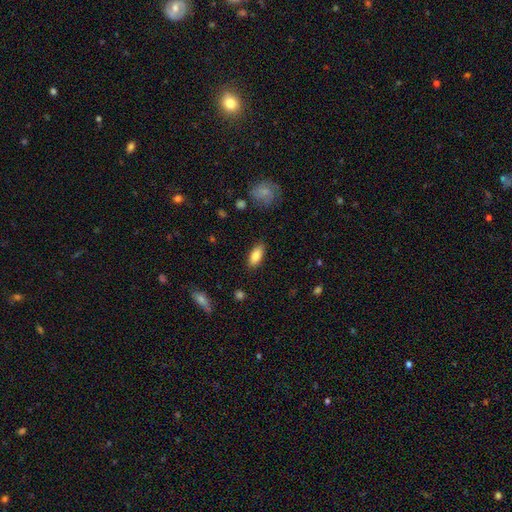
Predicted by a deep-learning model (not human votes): The model was most divided on "how rounded": in between: 82%, cigar-shaped: 16%, round: 2%. More confident: merging — none (85%); smooth or featured — smooth (84%).